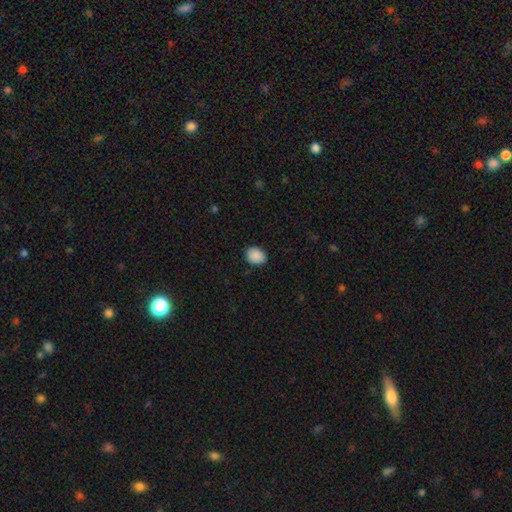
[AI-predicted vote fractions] The model was most divided on "how rounded": in between: 58%, round: 41%, cigar-shaped: 1%. More confident: smooth or featured — smooth (90%); merging — none (87%).